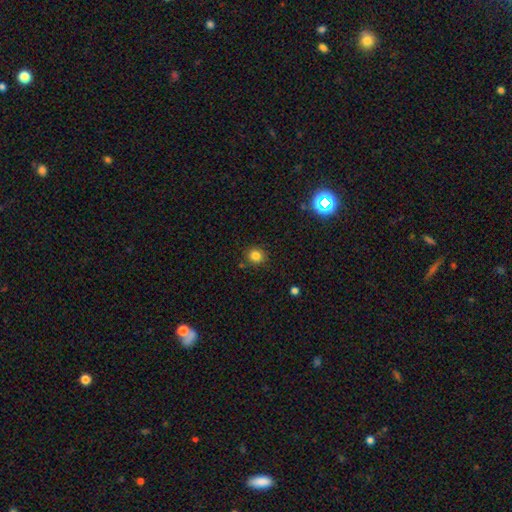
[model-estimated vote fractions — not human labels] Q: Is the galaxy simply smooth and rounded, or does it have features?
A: smooth — 82%.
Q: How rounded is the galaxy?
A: round — 89%.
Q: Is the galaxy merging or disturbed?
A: none — 86%.